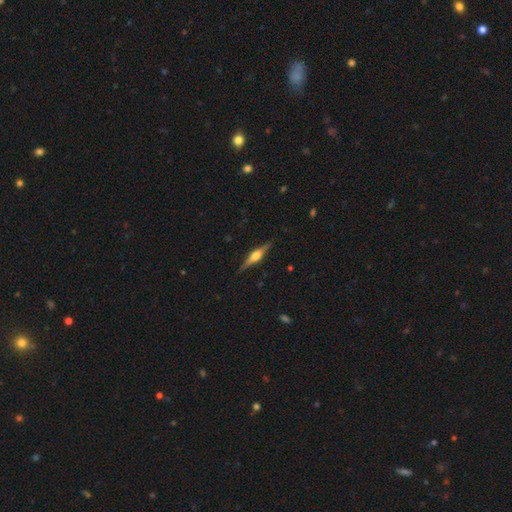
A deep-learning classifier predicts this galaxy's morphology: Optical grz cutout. It shows a featured or disk galaxy (78%) viewed edge-on (98%) with a rounded central bulge (93%). Merging: none (90%).